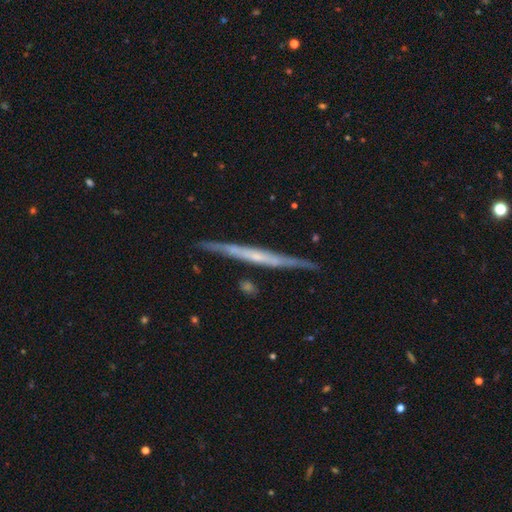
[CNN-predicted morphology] Smooth or featured? Predicted: featured or disk (p=0.71). Edge-on disk? Predicted: yes (p=0.95). Edge-on bulge? Predicted: none (p=0.73). Merging? Predicted: none (p=0.84).